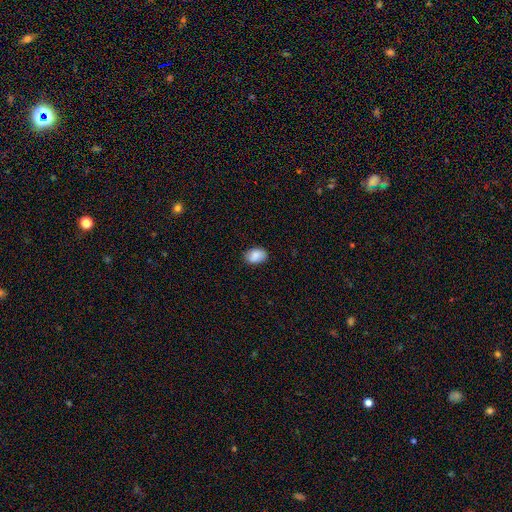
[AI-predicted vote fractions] Smooth or featured: smooth — 87% (star or artifact — 7%)
How rounded: in between — 84% (round — 15%)
Merging: none — 83% (minor disturbance — 13%)